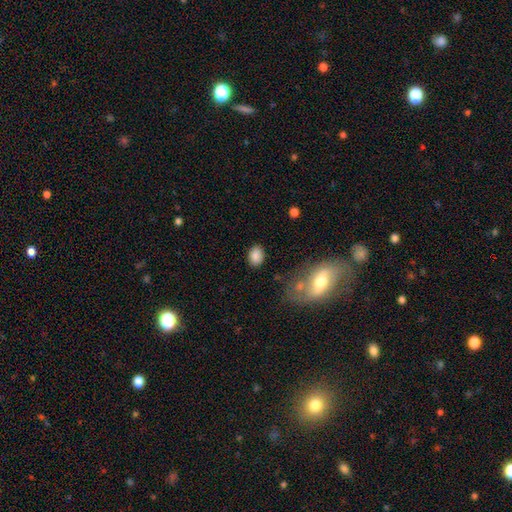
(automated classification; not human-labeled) Q: Smooth or featured?
A: smooth (86%); runner-up: star or artifact (8%)
Q: How rounded?
A: in between (76%); runner-up: round (23%)
Q: Merging?
A: none (83%); runner-up: minor disturbance (11%)